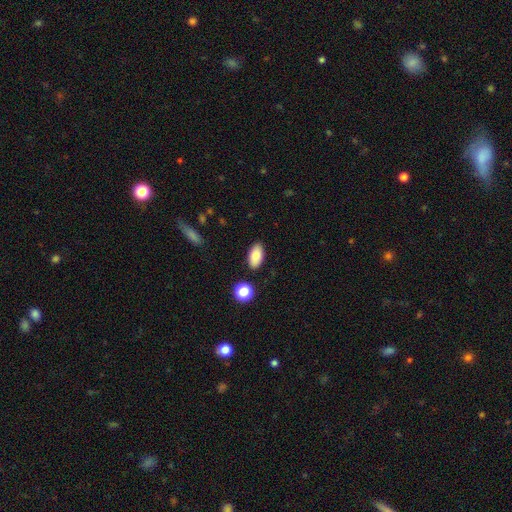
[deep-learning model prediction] smooth-or-featured: smooth: 82% | featured or disk: 10% | star or artifact: 8%
  how-rounded: in between: 93% | round: 4% | cigar-shaped: 3%
  merging: none: 87% | minor disturbance: 9% | merger: 2% | major disturbance: 2%